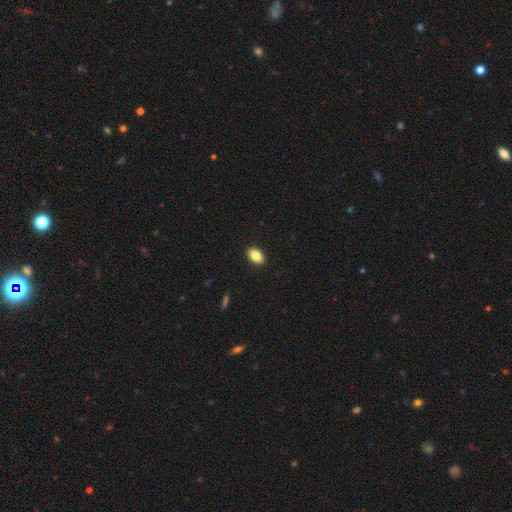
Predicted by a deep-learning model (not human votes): Smooth or featured: smooth — 86% (star or artifact — 8%)
How rounded: in between — 90% (round — 8%)
Merging: none — 90% (minor disturbance — 7%)